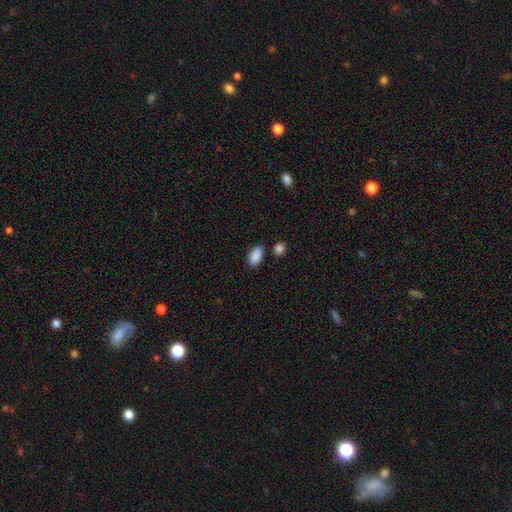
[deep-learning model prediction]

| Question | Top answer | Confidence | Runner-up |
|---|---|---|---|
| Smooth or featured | smooth | 89% | star or artifact (7%) |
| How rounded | in between | 92% | round (4%) |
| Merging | none | 78% | minor disturbance (13%) |